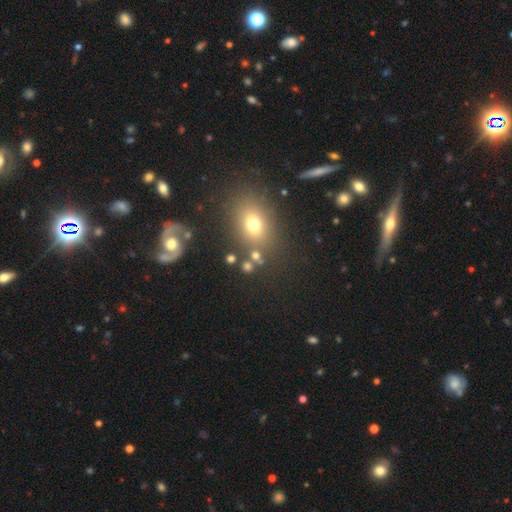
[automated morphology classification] smooth 66%, star or artifact 23%, featured or disk 11%. Down the decision tree: how rounded — round (64%); merging — none (72%).